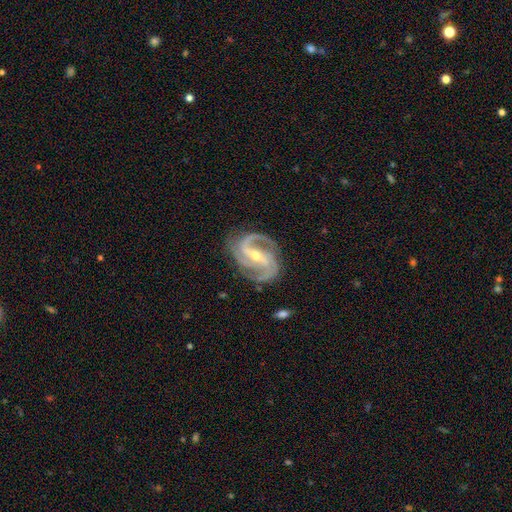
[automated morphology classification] Overall: featured or disk (93%). Edge-on disk: no (98%). Bar: strong (54%; weak 32%). Spiral arms: yes (99%). Spiral arm count: 2 (47%; 3 37%). Spiral winding: medium (56%; tight 33%). Bulge size: small (56%; moderate 42%). Merging: none (77%).